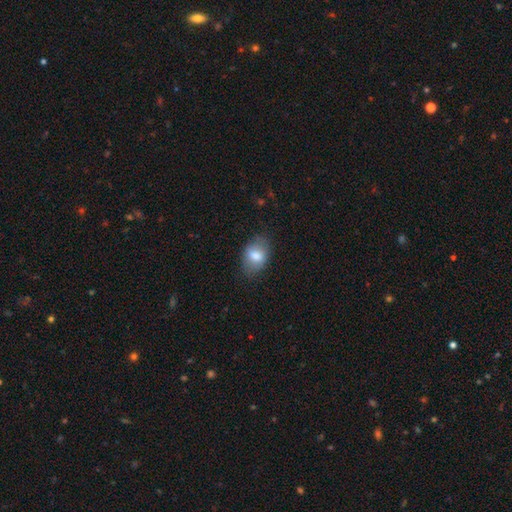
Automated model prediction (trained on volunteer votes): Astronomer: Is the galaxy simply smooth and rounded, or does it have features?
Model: smooth — 75%.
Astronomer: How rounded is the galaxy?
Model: in between — 80%.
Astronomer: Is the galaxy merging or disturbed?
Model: none — 75%.